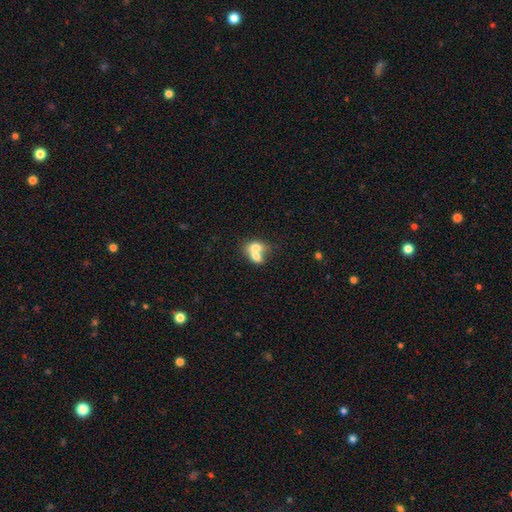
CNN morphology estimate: smooth_or_featured: smooth (p=0.68) [alt: featured or disk p=0.23]
how_rounded: in between (p=0.66) [alt: round p=0.33]
merging: merger (p=0.74) [alt: none p=0.16]